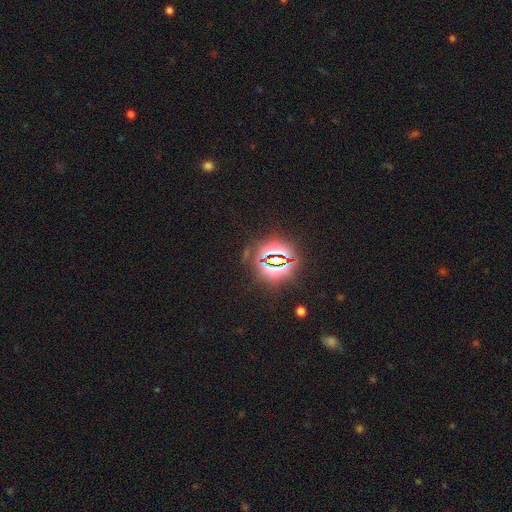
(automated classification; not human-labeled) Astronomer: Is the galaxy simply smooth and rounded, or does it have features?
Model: star or artifact — 82%.